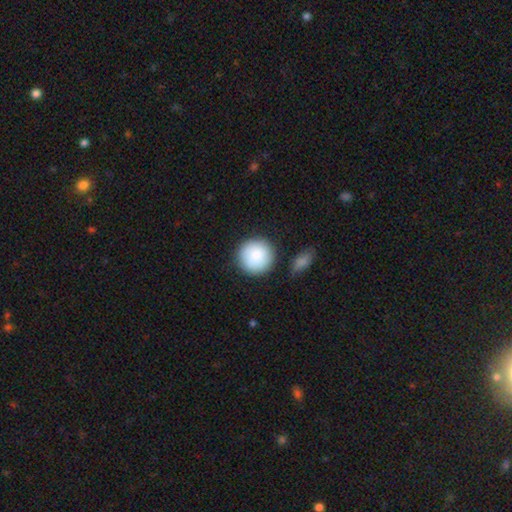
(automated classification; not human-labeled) A smooth galaxy with no disk features (86%) that is round (94%). Merging: none (82%).